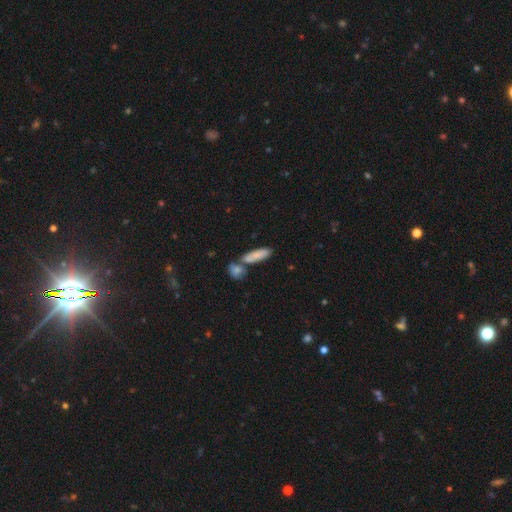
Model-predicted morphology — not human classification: Smooth or featured?
  - smooth: 80% *
  - featured or disk: 13%
  - star or artifact: 7%
How rounded?
  - in between: 56% *
  - cigar-shaped: 41%
  - round: 3%
Merging?
  - none: 54% *
  - merger: 31%
  - minor disturbance: 11%
  - major disturbance: 3%